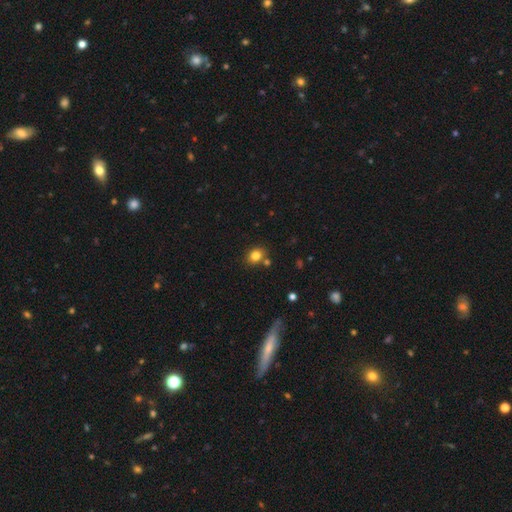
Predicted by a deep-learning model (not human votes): smooth-or-featured: smooth: 81% | star or artifact: 12% | featured or disk: 7%
  how-rounded: round: 60% | in between: 40% | cigar-shaped: 1%
  merging: none: 76% | merger: 11% | minor disturbance: 10% | major disturbance: 3%